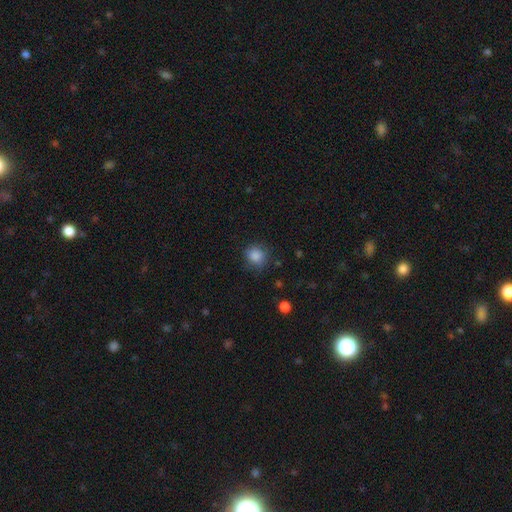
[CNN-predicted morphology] smooth 86%, star or artifact 10%, featured or disk 4%. Down the decision tree: how rounded — round (85%); merging — none (79%).